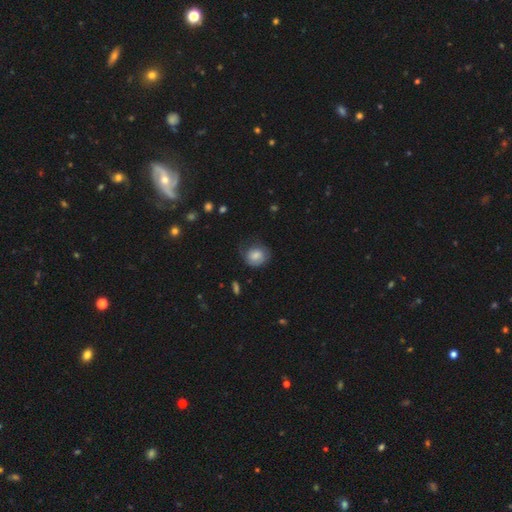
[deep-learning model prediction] Smooth or featured? smooth (72%)
How rounded? round (70%)
Merging? none (59%)